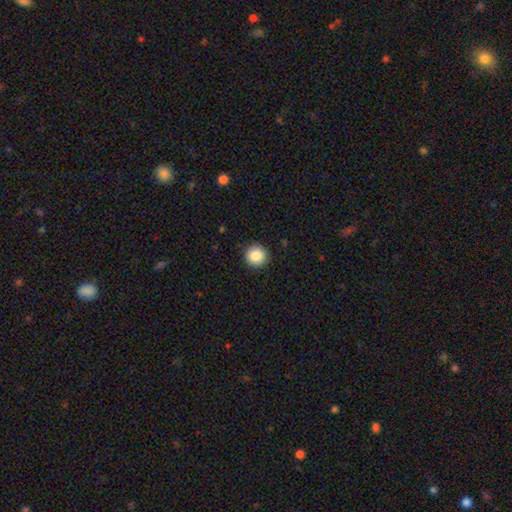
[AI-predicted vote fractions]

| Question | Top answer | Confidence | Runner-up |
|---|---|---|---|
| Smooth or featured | smooth | 86% | star or artifact (9%) |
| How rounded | round | 95% | in between (4%) |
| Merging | none | 92% | minor disturbance (6%) |